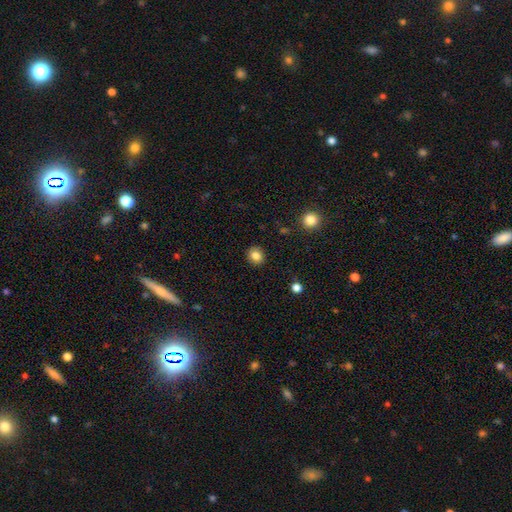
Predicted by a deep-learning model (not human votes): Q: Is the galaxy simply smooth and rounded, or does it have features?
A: smooth — 84%.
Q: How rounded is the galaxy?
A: round — 75%.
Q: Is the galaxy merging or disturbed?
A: none — 90%.